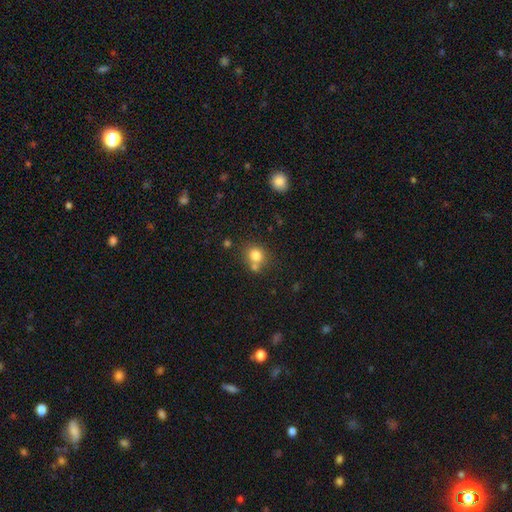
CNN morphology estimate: This appears to be a smooth galaxy with no disk features (80%) that is round (77%). Merging: none (57%).